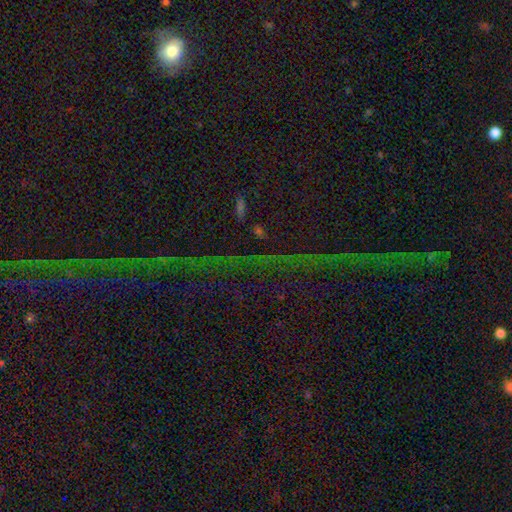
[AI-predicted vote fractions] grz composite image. It shows a star or artifact, not a galaxy (74%).